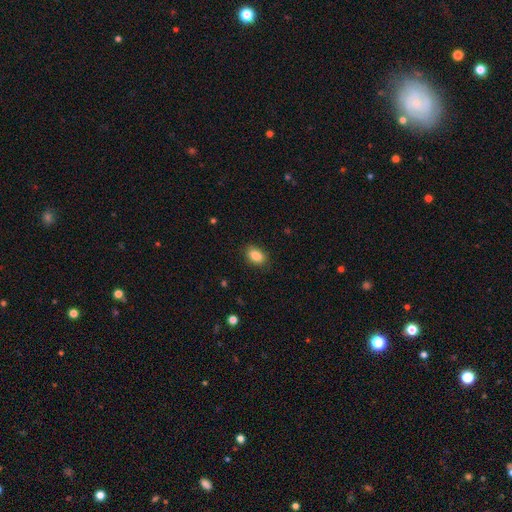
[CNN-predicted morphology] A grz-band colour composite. It shows a smooth galaxy with no disk features (87%) that is in between round and cigar-shaped (85%). Merging: none (87%).